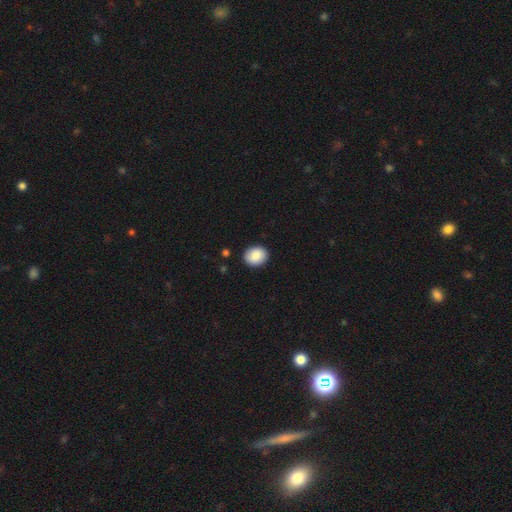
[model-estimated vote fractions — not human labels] This is clearly a smooth galaxy (87%). How rounded: possibly round (58%). Merging: clearly none (90%).